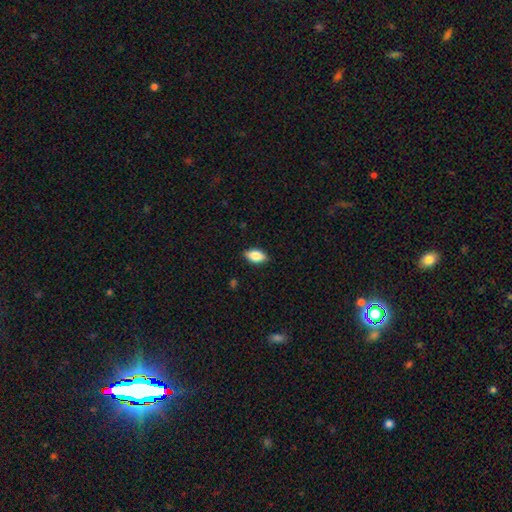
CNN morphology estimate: A smooth galaxy with no disk features (81%) that is in between round and cigar-shaped (90%).

Vote fractions:
- Smooth or featured? smooth: 81% / featured or disk: 11% / star or artifact: 7%
- How rounded? in between: 90% / cigar-shaped: 5% / round: 5%
- Merging? none: 87% / minor disturbance: 10% / major disturbance: 2% / merger: 1%